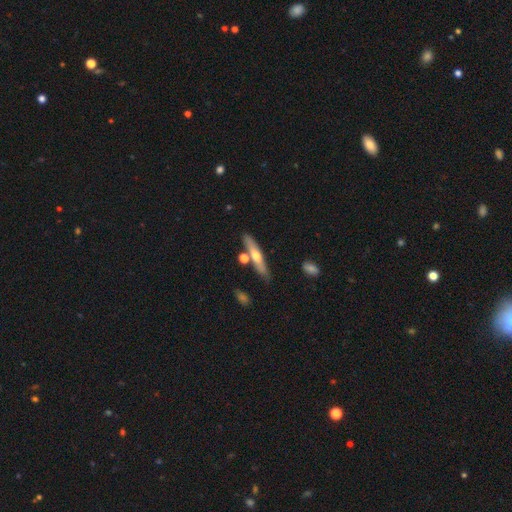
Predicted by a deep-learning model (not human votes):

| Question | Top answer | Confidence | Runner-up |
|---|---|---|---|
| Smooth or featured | featured or disk | 47% | smooth (46%) |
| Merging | none | 75% | minor disturbance (12%) |